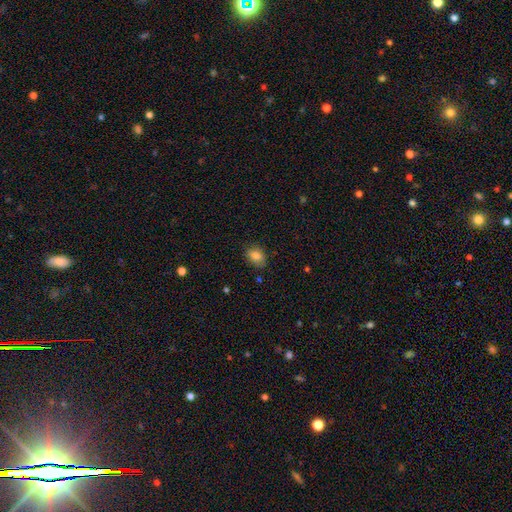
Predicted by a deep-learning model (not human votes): Morphology: type=smooth (84%); roundness=in between (75%); merging=none (79%).